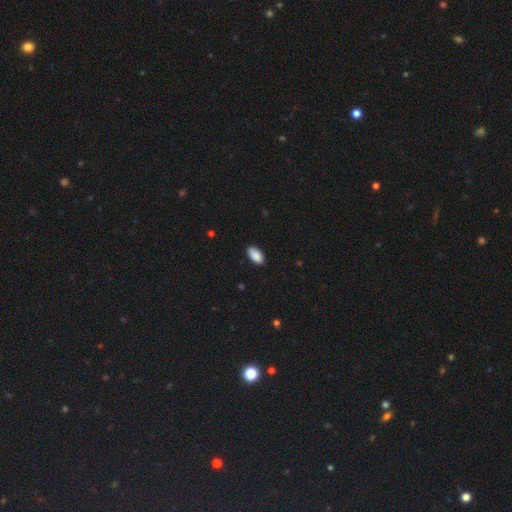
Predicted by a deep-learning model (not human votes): Smooth or featured? smooth (89%)
How rounded? in between (95%)
Merging? none (86%)